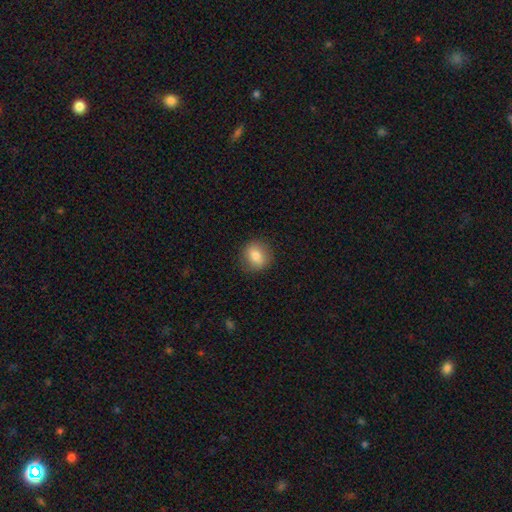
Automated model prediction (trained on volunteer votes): Morphology: type=smooth (76%); roundness=round (76%); merging=none (87%).